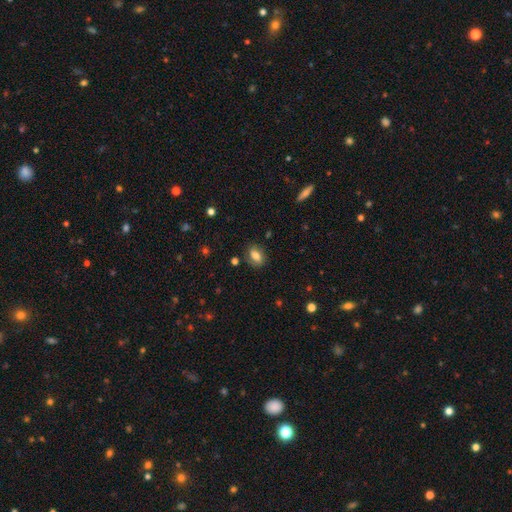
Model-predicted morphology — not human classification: type=smooth (72%); roundness=in between (77%); merging=none (79%).